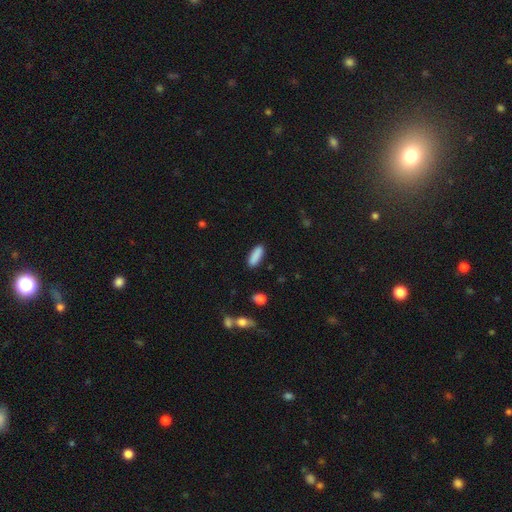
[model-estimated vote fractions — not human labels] Smooth or featured? Predicted: smooth (p=0.89). How rounded? Predicted: in between (p=0.55). Merging? Predicted: none (p=0.87).